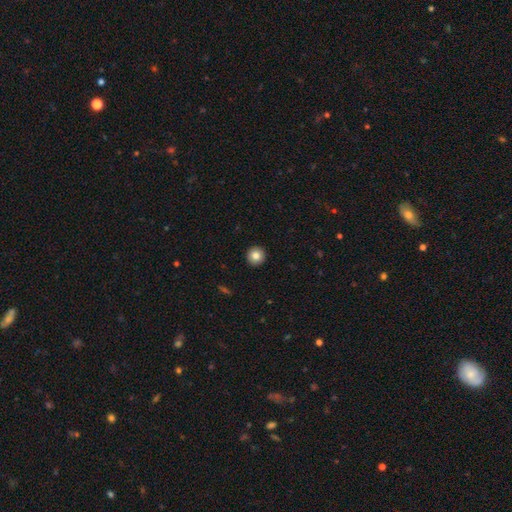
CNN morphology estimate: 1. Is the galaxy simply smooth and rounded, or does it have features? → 83% smooth, 9% star or artifact, 8% featured or disk.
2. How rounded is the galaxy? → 95% round, 4% in between, 1% cigar-shaped.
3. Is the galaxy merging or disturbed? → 94% none, 4% minor disturbance, 1% major disturbance, 1% merger.